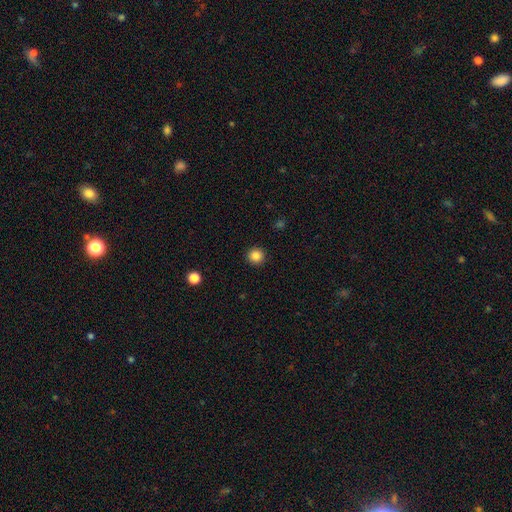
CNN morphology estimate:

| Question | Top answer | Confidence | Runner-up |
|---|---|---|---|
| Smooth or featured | smooth | 85% | star or artifact (11%) |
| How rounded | round | 95% | in between (4%) |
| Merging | none | 93% | minor disturbance (5%) |